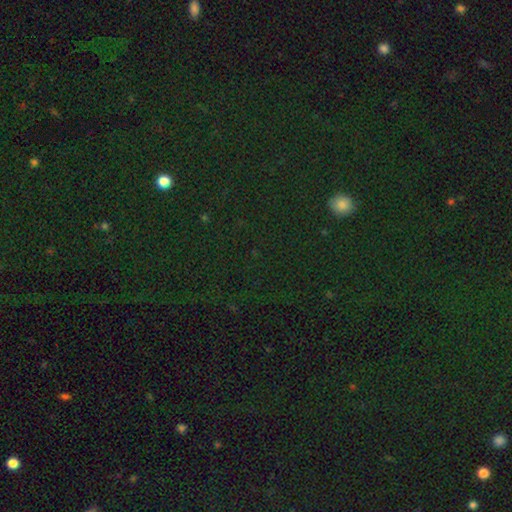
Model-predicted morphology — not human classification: Overall: star or artifact (77%).